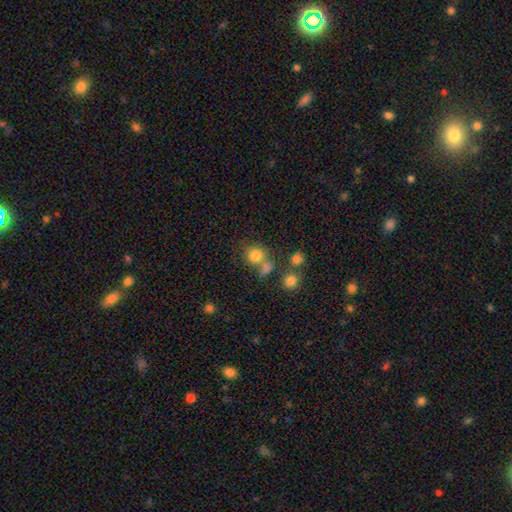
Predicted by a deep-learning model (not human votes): smooth_or_featured: smooth (p=0.78) [alt: star or artifact p=0.14]
how_rounded: round (p=0.84) [alt: in between p=0.15]
merging: none (p=0.57) [alt: merger p=0.25]